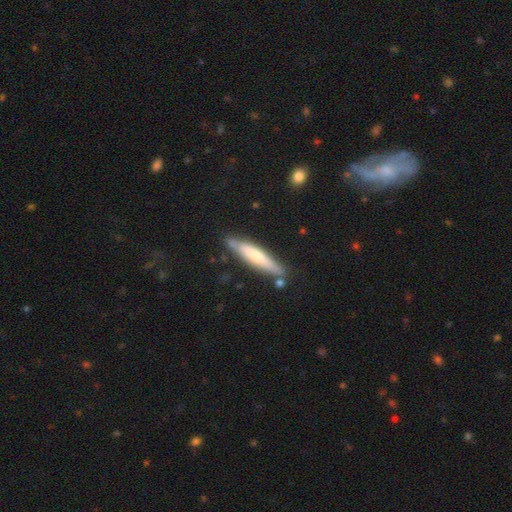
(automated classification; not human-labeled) A smooth galaxy with no disk features (56%) that is cigar-shaped (86%). Merging: none (78%).